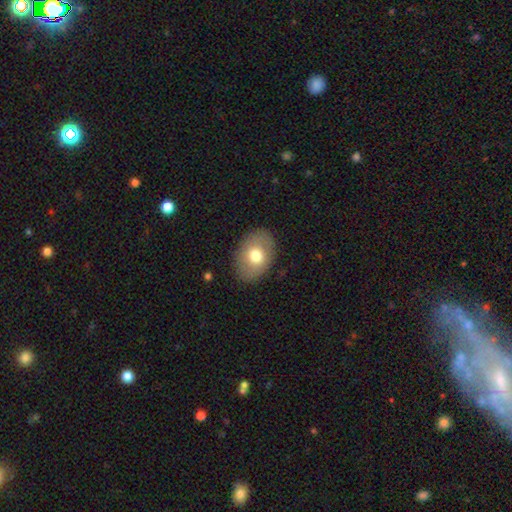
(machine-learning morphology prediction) type=smooth (70%); roundness=in between (77%); merging=none (85%).